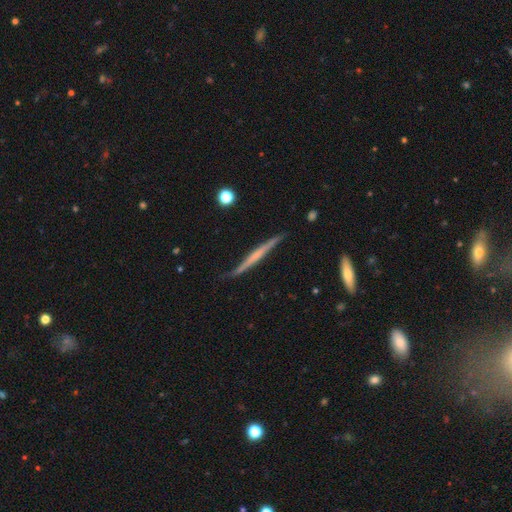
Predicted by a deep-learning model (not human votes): Overall: featured or disk (64%; smooth 30%). Edge-on disk: yes (96%). Edge-on bulge: none (63%; rounded 25%). Merging: none (79%).